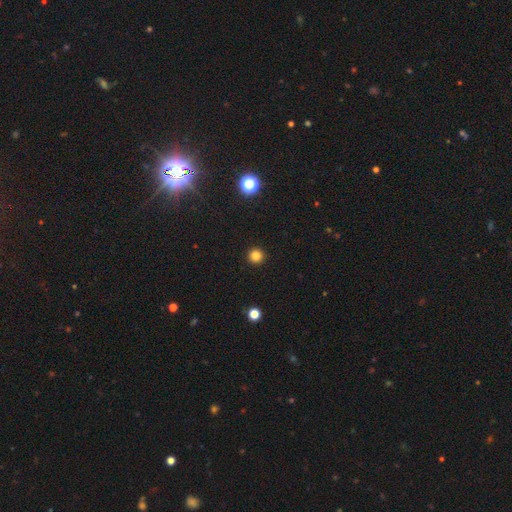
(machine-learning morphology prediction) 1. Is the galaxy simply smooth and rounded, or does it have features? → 83% smooth, 13% star or artifact, 4% featured or disk.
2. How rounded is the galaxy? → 96% round, 3% in between, 1% cigar-shaped.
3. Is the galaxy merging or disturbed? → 94% none, 4% minor disturbance, 1% major disturbance, 1% merger.